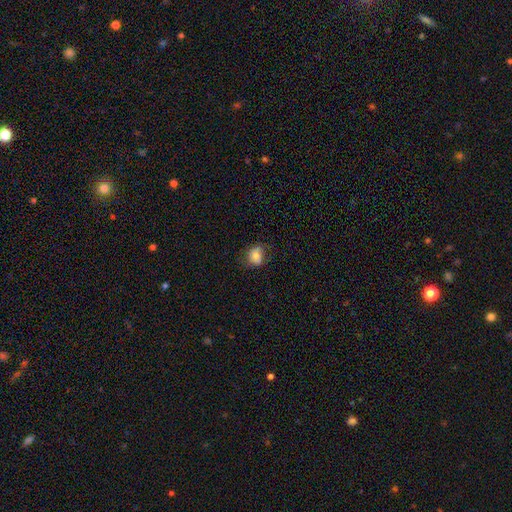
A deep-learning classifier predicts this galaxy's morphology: Smooth or featured? smooth (73%)
How rounded? round (56%)
Merging? none (66%)